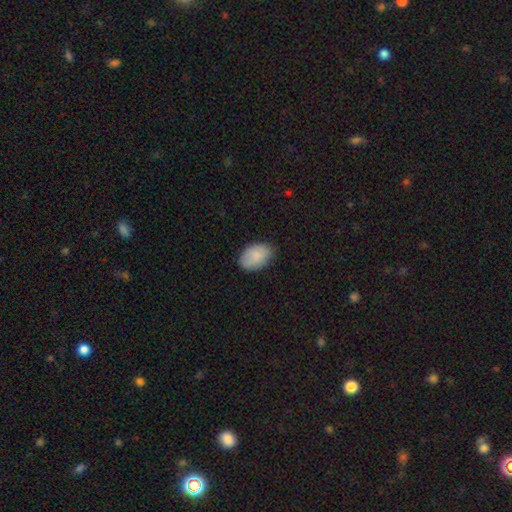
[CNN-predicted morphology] smooth 86%, featured or disk 8%, star or artifact 6%. Down the decision tree: how rounded — in between (89%); merging — none (81%).